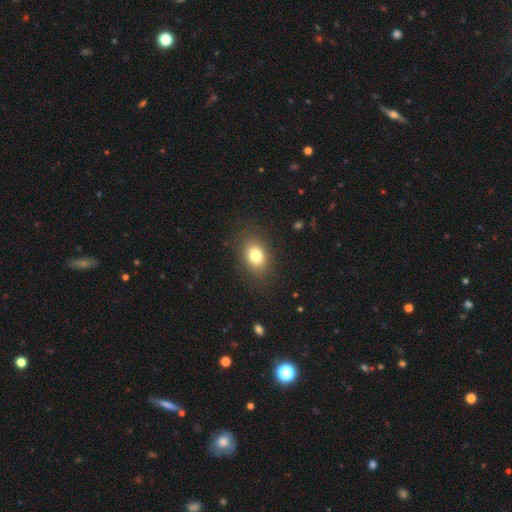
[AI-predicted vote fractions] Q: Smooth or featured?
A: smooth (79%); runner-up: star or artifact (11%)
Q: How rounded?
A: in between (68%); runner-up: round (31%)
Q: Merging?
A: none (85%); runner-up: minor disturbance (10%)